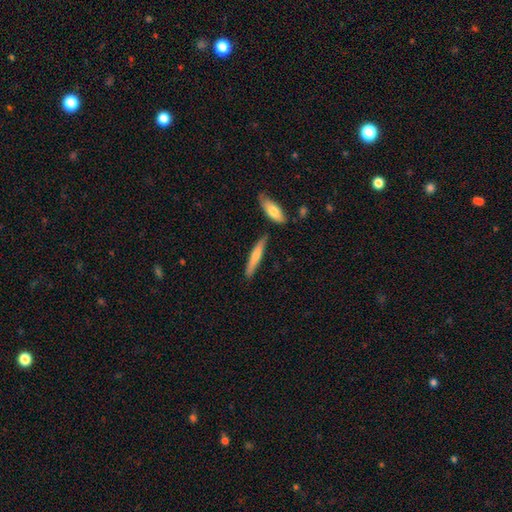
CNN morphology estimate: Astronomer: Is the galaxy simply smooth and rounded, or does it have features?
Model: smooth — 65%.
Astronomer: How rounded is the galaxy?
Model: cigar-shaped — 90%.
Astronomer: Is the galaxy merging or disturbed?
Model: none — 80%.